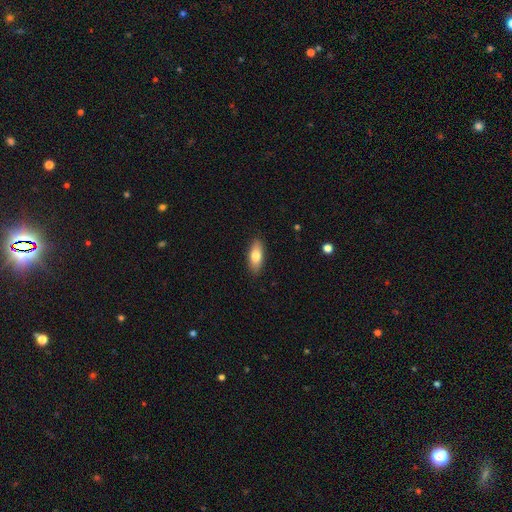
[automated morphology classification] Q: Smooth or featured?
A: smooth (77%); runner-up: featured or disk (17%)
Q: How rounded?
A: in between (75%); runner-up: cigar-shaped (22%)
Q: Merging?
A: none (89%); runner-up: minor disturbance (9%)